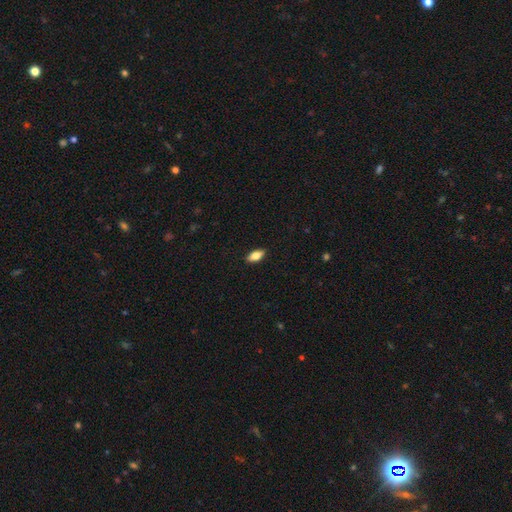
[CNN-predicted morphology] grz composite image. It shows a smooth galaxy with no disk features (76%) that is in between round and cigar-shaped (85%). Merging: none (89%).